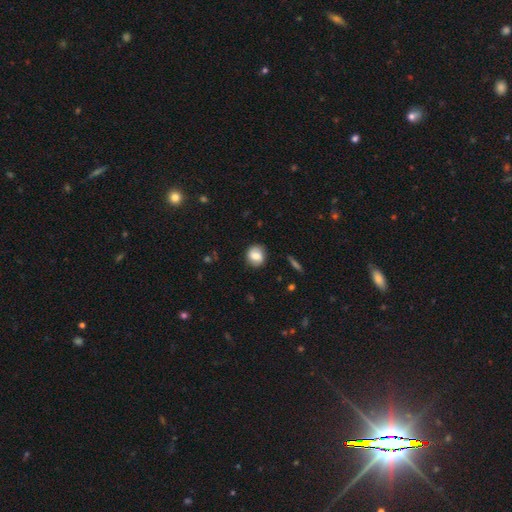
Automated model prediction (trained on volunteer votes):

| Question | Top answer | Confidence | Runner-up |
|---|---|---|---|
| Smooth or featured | smooth | 74% | featured or disk (18%) |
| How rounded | round | 78% | in between (21%) |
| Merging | none | 84% | minor disturbance (12%) |